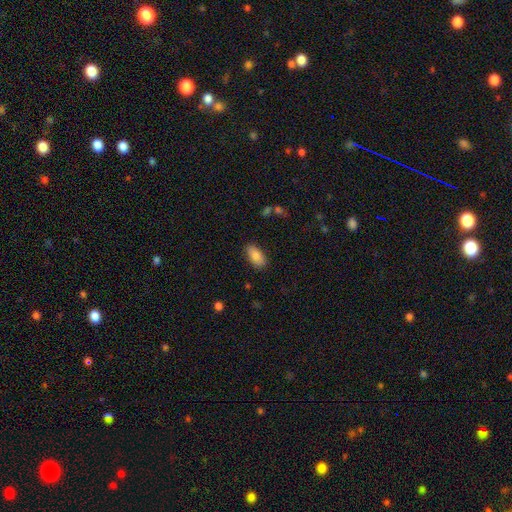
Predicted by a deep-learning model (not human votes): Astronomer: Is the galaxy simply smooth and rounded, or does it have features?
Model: smooth — 84%.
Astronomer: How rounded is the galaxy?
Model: in between — 92%.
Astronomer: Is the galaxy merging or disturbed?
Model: none — 85%.